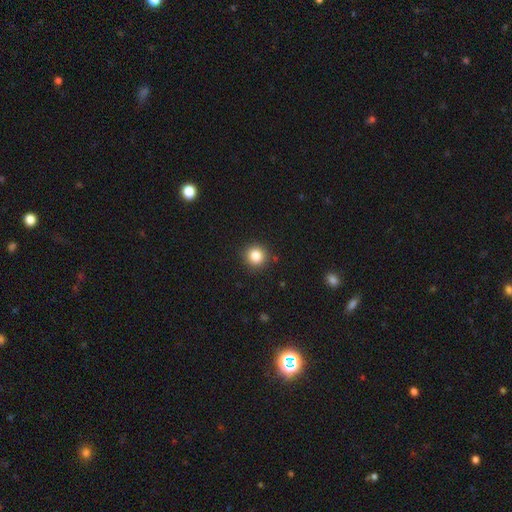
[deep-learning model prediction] This appears to be a smooth galaxy with no disk features (84%) that is round (93%). Merging: none (91%).